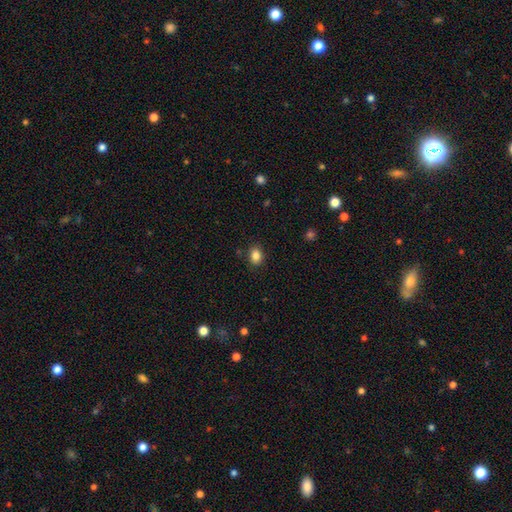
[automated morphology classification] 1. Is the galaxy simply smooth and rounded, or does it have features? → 85% smooth, 10% star or artifact, 5% featured or disk.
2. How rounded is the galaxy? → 59% in between, 40% round, 1% cigar-shaped.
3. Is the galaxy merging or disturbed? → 86% none, 10% minor disturbance, 3% major disturbance, 2% merger.